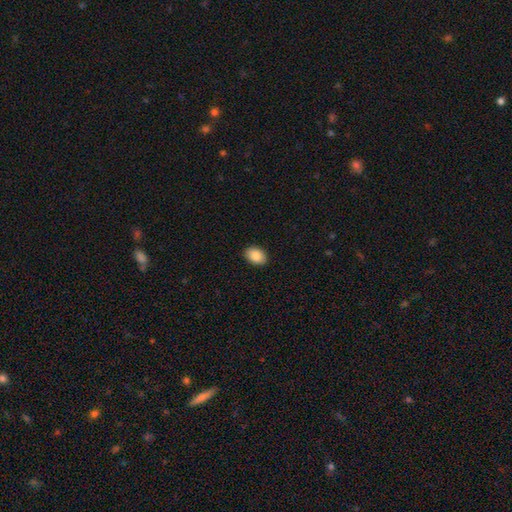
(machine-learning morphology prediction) A smooth galaxy with no disk features (88%) that is in between round and cigar-shaped (82%). Merging: none (90%).